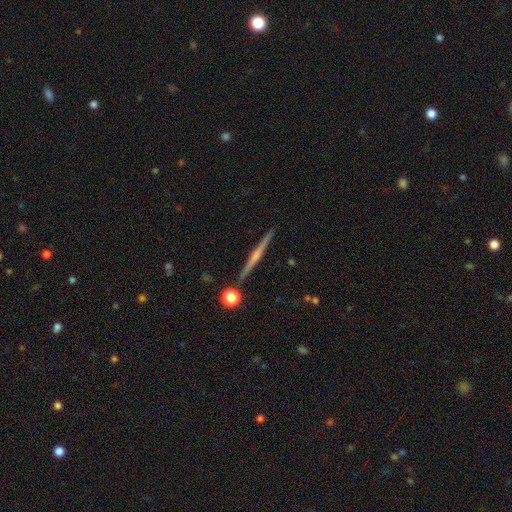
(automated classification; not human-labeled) Morphology: type=featured or disk (74%); edge-on=yes (97%); edge-on bulge=rounded (67%); merging=none (86%).